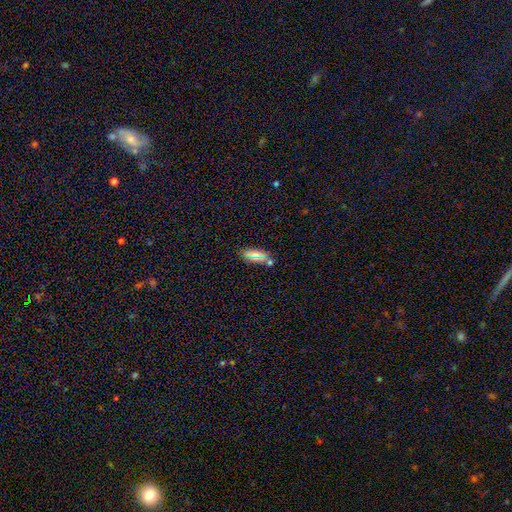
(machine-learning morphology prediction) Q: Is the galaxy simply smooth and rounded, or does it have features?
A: smooth — 66%.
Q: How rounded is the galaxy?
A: in between — 75%.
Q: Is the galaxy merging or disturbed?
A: none — 77%.